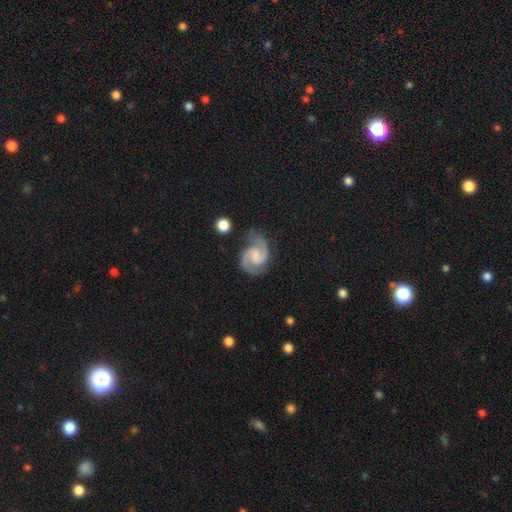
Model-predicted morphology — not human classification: Smooth or featured?
  - featured or disk: 91% *
  - smooth: 5%
  - star or artifact: 4%
Edge-on disk?
  - no: 98% *
  - yes: 2%
Bar?
  - weak: 49% *
  - no: 38%
  - strong: 13%
Spiral arms?
  - yes: 98% *
  - no: 2%
Spiral winding?
  - medium: 60% *
  - tight: 27%
  - loose: 13%
Spiral arm count?
  - 2: 94% *
  - can't tell: 2%
  - 3: 1%
  - 1: 1%
  - 4: 1%
  - more than 4: 1%
Bulge size?
  - none: 43% *
  - small: 31%
  - moderate: 21%
  - large: 5%
  - dominant: 1%
Merging?
  - none: 75% *
  - minor disturbance: 17%
  - major disturbance: 6%
  - merger: 3%